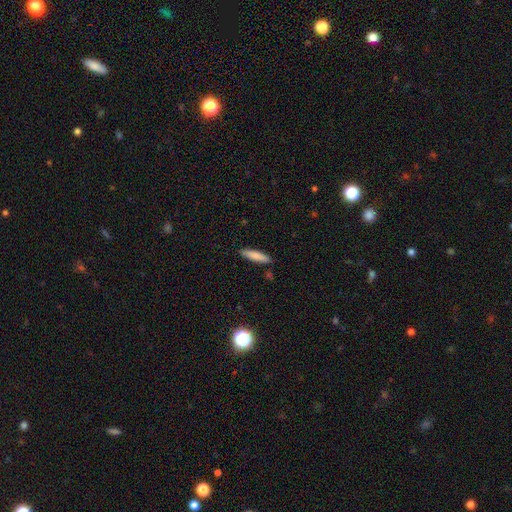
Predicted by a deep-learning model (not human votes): Smooth or featured?
  - smooth: 82% *
  - featured or disk: 12%
  - star or artifact: 6%
How rounded?
  - cigar-shaped: 80% *
  - in between: 19%
  - round: 1%
Merging?
  - none: 88% *
  - minor disturbance: 9%
  - merger: 2%
  - major disturbance: 2%